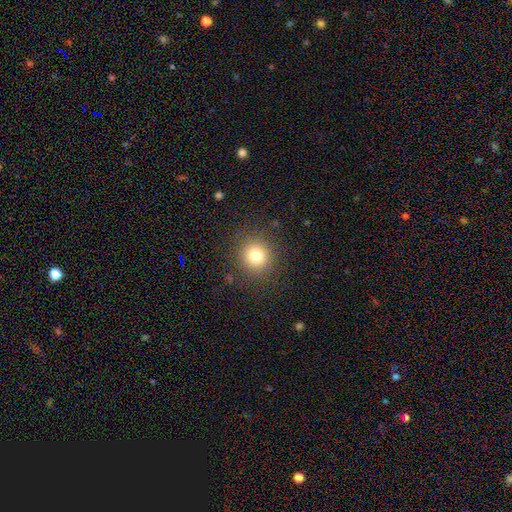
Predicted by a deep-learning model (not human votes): This is likely a smooth galaxy (79%). How rounded: clearly round (91%). Merging: clearly none (88%).